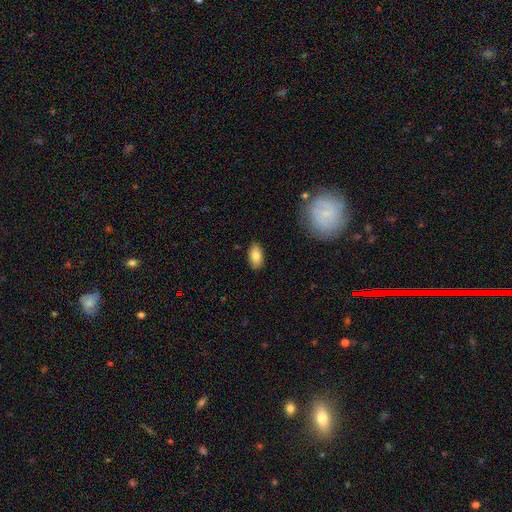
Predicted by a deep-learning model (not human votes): A smooth galaxy with no disk features (83%) that is in between round and cigar-shaped (93%). Merging: none (87%).